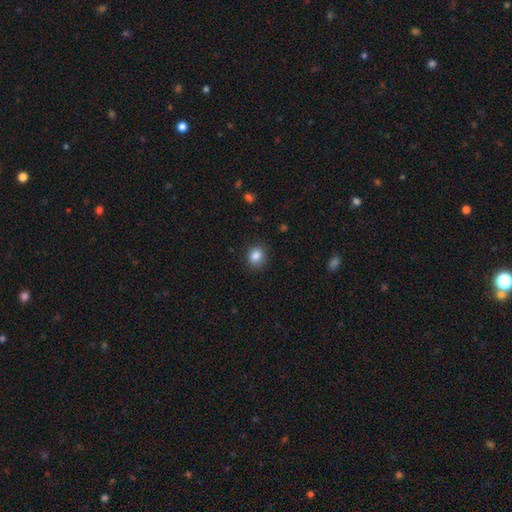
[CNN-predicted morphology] Smooth or featured? smooth (86%)
How rounded? round (67%)
Merging? none (86%)